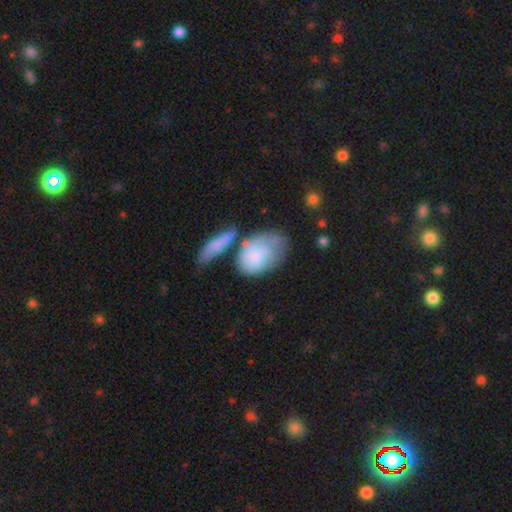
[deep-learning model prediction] Morphology: type=smooth (67%); roundness=in between (82%); merging=none (34%).